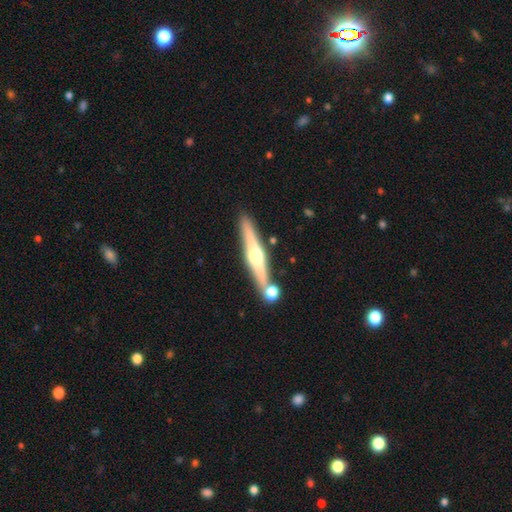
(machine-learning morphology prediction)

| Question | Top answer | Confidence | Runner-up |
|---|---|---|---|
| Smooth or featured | featured or disk | 75% | smooth (20%) |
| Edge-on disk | yes | 97% | no (3%) |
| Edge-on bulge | rounded | 93% | boxy (4%) |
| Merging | none | 81% | merger (9%) |